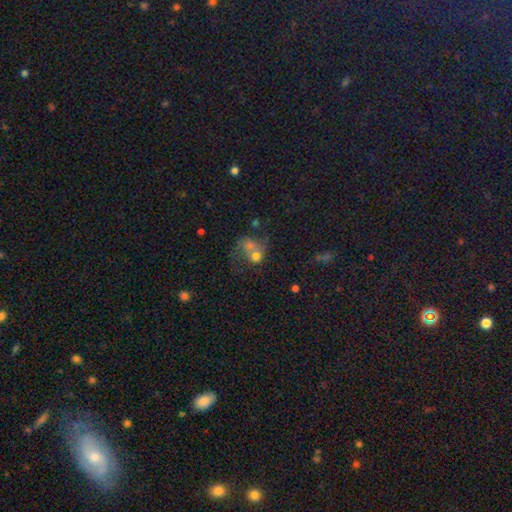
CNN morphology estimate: The model was most divided on "smooth or featured": smooth: 58%, featured or disk: 27%, star or artifact: 15%. More confident: how rounded — round (66%); merging — merger (61%).